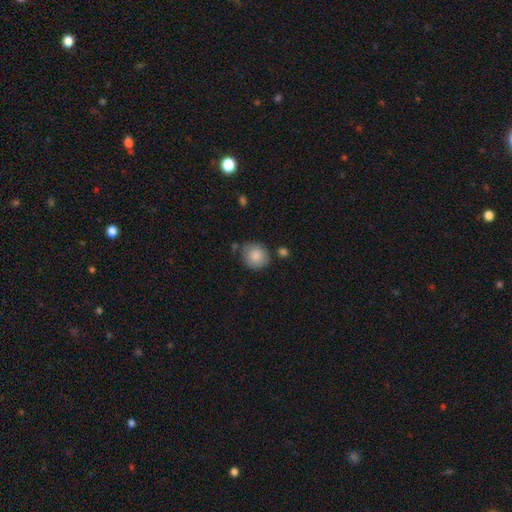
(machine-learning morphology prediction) This appears to be a smooth galaxy with no disk features (86%) that is round (85%). Merging: none (75%).